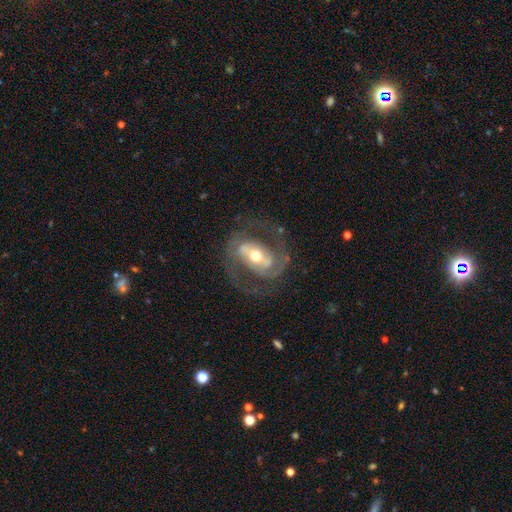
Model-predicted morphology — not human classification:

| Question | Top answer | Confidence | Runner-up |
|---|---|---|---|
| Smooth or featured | featured or disk | 86% | smooth (9%) |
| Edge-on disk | no | 95% | yes (5%) |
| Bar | strong | 47% | weak (32%) |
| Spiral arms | yes | 88% | no (12%) |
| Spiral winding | medium | 53% | tight (26%) |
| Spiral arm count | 2 | 87% | can't tell (6%) |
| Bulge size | moderate | 69% | small (19%) |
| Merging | none | 70% | minor disturbance (14%) |